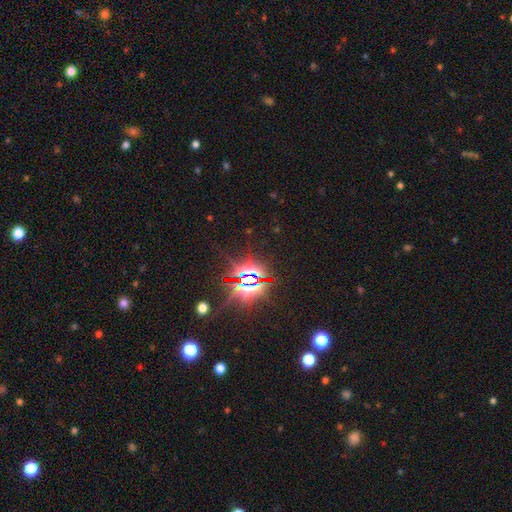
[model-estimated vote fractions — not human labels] This appears to be a star or artifact, not a galaxy (85%).